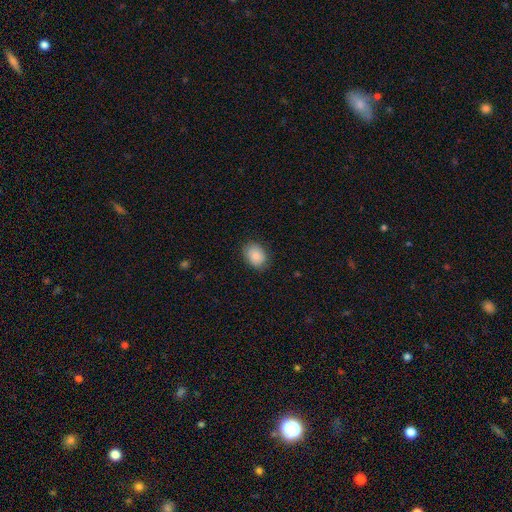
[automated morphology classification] Smooth or featured?
  - smooth: 86% *
  - star or artifact: 7%
  - featured or disk: 7%
How rounded?
  - in between: 69% *
  - round: 30%
  - cigar-shaped: 1%
Merging?
  - none: 84% *
  - minor disturbance: 12%
  - major disturbance: 3%
  - merger: 1%